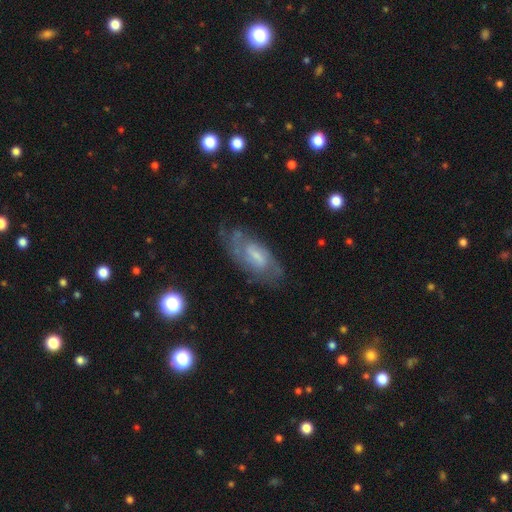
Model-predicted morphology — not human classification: smooth-or-featured: featured or disk: 72% | smooth: 21% | star or artifact: 7%
  disk-edge-on: no: 92% | yes: 8%
    bar: weak: 53% | no: 32% | strong: 15%
    has-spiral-arms: yes: 87% | no: 13%
      spiral-winding: medium: 43% | tight: 42% | loose: 15%
      spiral-arm-count: 2: 48% | can't tell: 34% | 3: 8% | 1: 5% | 4: 3% | more than 4: 2%
    bulge-size: small: 49% | moderate: 29% | none: 17% | large: 4% | dominant: 1%
  merging: none: 67% | minor disturbance: 20% | major disturbance: 11% | merger: 2%